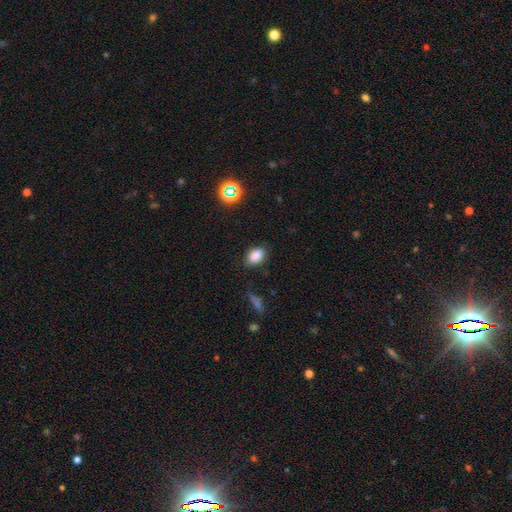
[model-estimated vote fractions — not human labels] Smooth or featured: smooth — 84% (star or artifact — 11%)
How rounded: in between — 86% (round — 12%)
Merging: none — 83% (minor disturbance — 12%)